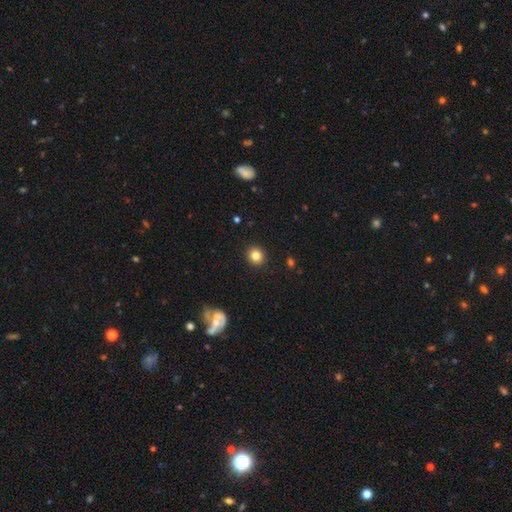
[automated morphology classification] Smooth or featured?
  - smooth: 82% *
  - star or artifact: 11%
  - featured or disk: 7%
How rounded?
  - round: 89% *
  - in between: 10%
  - cigar-shaped: 1%
Merging?
  - none: 92% *
  - minor disturbance: 5%
  - major disturbance: 2%
  - merger: 1%